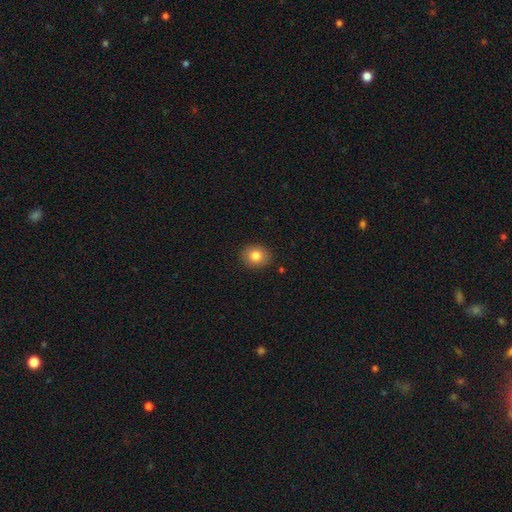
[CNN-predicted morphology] smooth 82%, star or artifact 9%, featured or disk 9%. Down the decision tree: how rounded — round (63%); merging — none (89%).